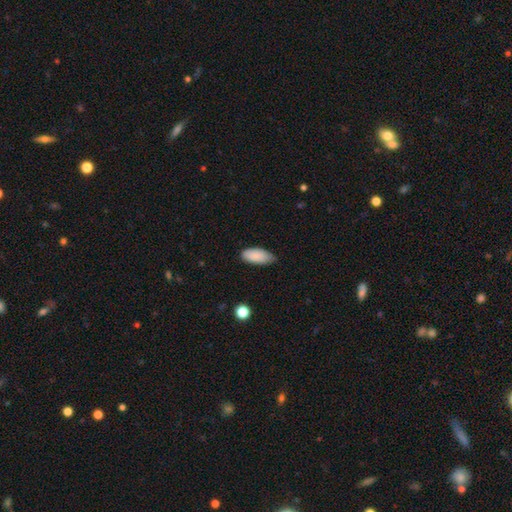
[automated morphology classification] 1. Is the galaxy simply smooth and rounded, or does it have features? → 88% smooth, 6% star or artifact, 5% featured or disk.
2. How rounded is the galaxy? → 89% in between, 9% cigar-shaped, 2% round.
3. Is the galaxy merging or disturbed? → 70% none, 26% minor disturbance, 3% major disturbance, 1% merger.